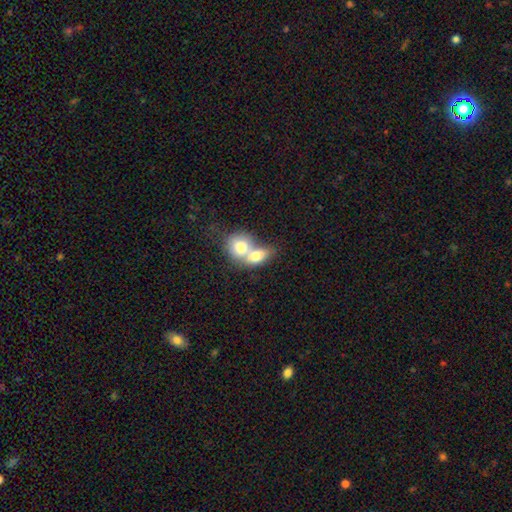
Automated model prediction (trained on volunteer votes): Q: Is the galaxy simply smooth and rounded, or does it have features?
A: smooth — 74%.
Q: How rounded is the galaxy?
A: in between — 63%.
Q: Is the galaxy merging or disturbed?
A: merger — 76%.